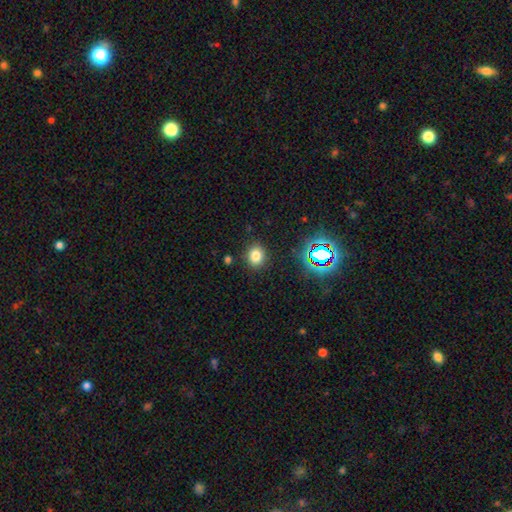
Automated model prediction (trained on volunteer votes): Q: Smooth or featured?
A: smooth (76%); runner-up: star or artifact (17%)
Q: How rounded?
A: round (59%); runner-up: in between (40%)
Q: Merging?
A: none (88%); runner-up: minor disturbance (8%)